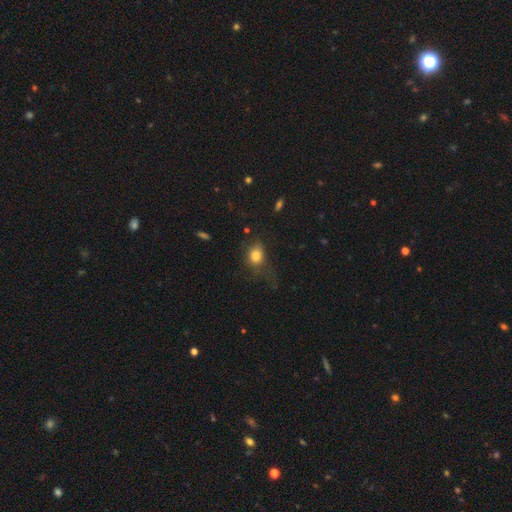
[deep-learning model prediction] A smooth galaxy with no disk features (79%) that is in between round and cigar-shaped (51%). Merging: none (45%).